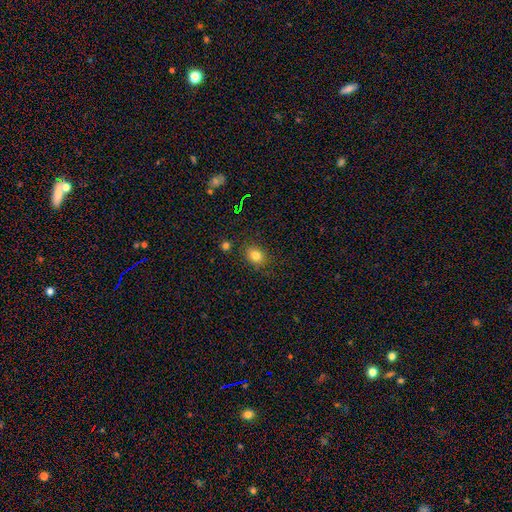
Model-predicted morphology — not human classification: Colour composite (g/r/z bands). It shows a smooth galaxy with no disk features (80%) that is in between round and cigar-shaped (54%). Merging: none (83%).